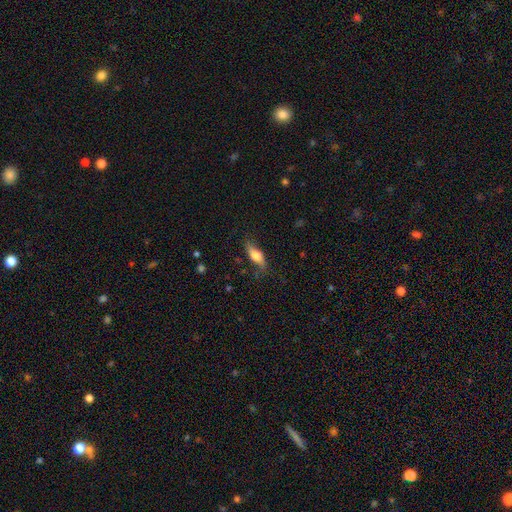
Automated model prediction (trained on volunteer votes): Smooth or featured? smooth (56%)
How rounded? in between (62%)
Merging? none (71%)